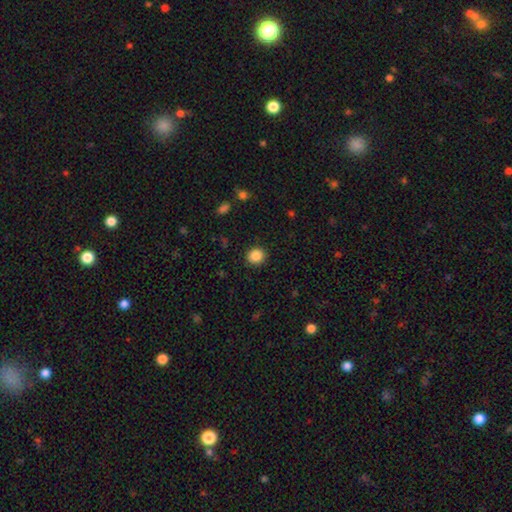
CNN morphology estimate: smooth 87%, star or artifact 10%, featured or disk 3%. Down the decision tree: how rounded — round (83%); merging — none (91%).